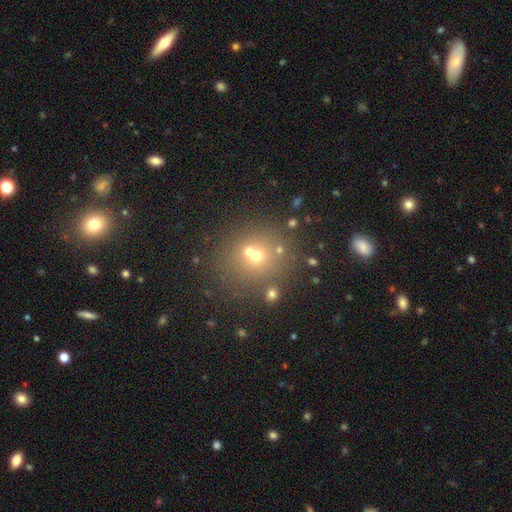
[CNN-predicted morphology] The model was most divided on "merging": none: 55%, merger: 33%, minor disturbance: 8%, major disturbance: 4%. More confident: how rounded — round (83%); smooth or featured — smooth (55%).